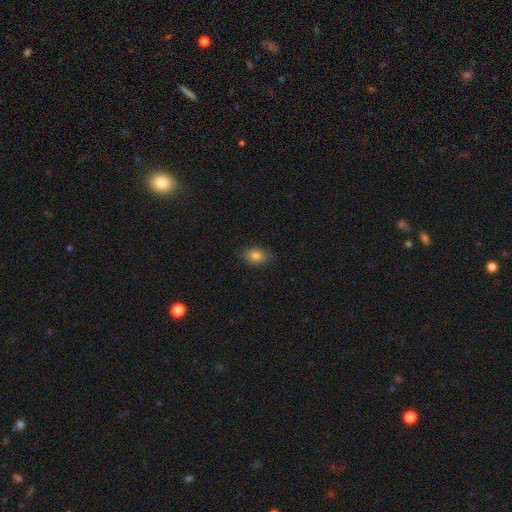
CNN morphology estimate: smooth_or_featured: smooth (p=0.80) [alt: featured or disk p=0.10]
how_rounded: in between (p=0.79) [alt: round p=0.19]
merging: none (p=0.80) [alt: minor disturbance p=0.16]